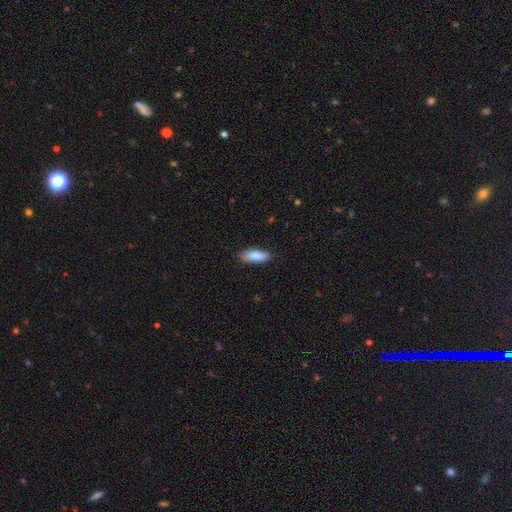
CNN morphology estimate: Smooth or featured?
  - smooth: 85% *
  - featured or disk: 9%
  - star or artifact: 6%
How rounded?
  - in between: 65% *
  - cigar-shaped: 33%
  - round: 2%
Merging?
  - none: 83% *
  - minor disturbance: 13%
  - major disturbance: 2%
  - merger: 1%